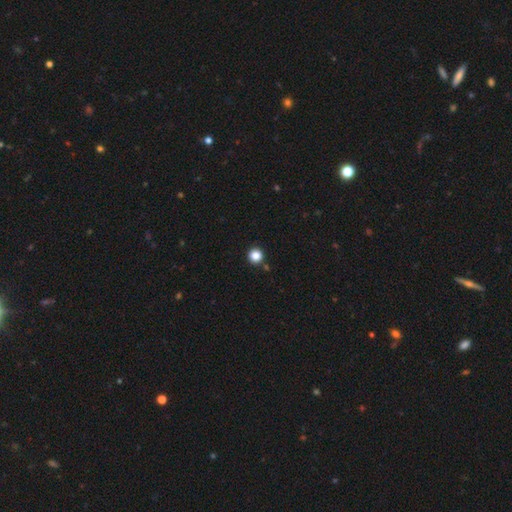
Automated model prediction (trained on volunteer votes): The model was most divided on "smooth or featured": smooth: 85%, star or artifact: 12%, featured or disk: 3%. More confident: how rounded — round (96%); merging — none (91%).